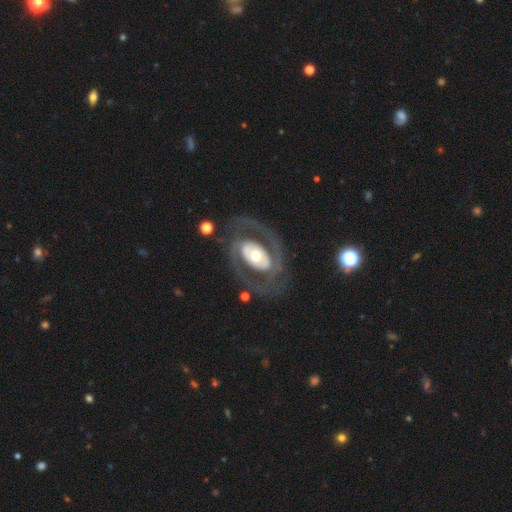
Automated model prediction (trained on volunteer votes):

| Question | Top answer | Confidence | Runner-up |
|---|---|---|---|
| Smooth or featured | featured or disk | 80% | smooth (16%) |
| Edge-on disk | no | 95% | yes (5%) |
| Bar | no | 60% | weak (22%) |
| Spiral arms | yes | 63% | no (37%) |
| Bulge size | moderate | 65% | large (18%) |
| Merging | none | 72% | major disturbance (14%) |